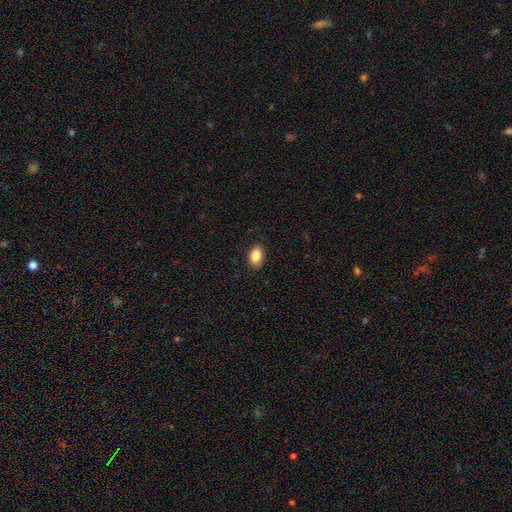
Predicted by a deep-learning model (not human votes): smooth-or-featured: smooth: 86% | star or artifact: 8% | featured or disk: 6%
  how-rounded: in between: 89% | round: 9% | cigar-shaped: 2%
  merging: none: 84% | minor disturbance: 13% | major disturbance: 2% | merger: 1%